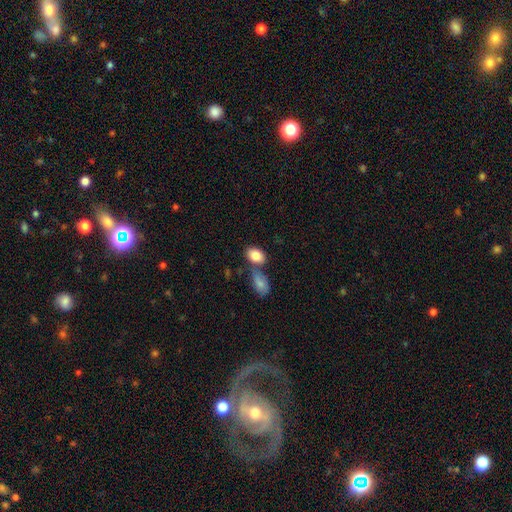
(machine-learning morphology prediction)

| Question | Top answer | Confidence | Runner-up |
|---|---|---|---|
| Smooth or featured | smooth | 84% | featured or disk (9%) |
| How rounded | in between | 87% | round (11%) |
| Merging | none | 52% | merger (31%) |